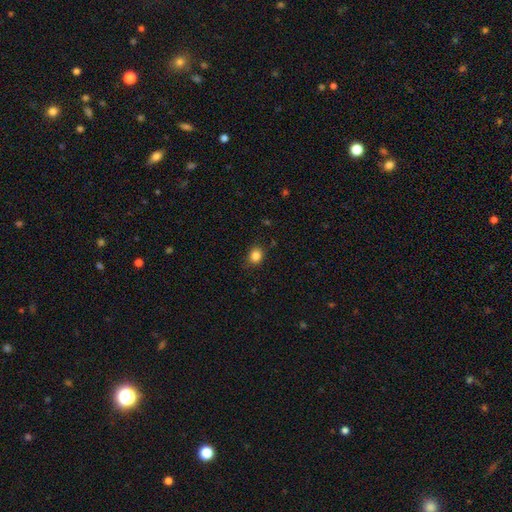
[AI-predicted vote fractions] Smooth or featured?
  - smooth: 85% *
  - star or artifact: 11%
  - featured or disk: 4%
How rounded?
  - round: 65% *
  - in between: 35%
  - cigar-shaped: 1%
Merging?
  - none: 82% *
  - minor disturbance: 14%
  - major disturbance: 3%
  - merger: 1%